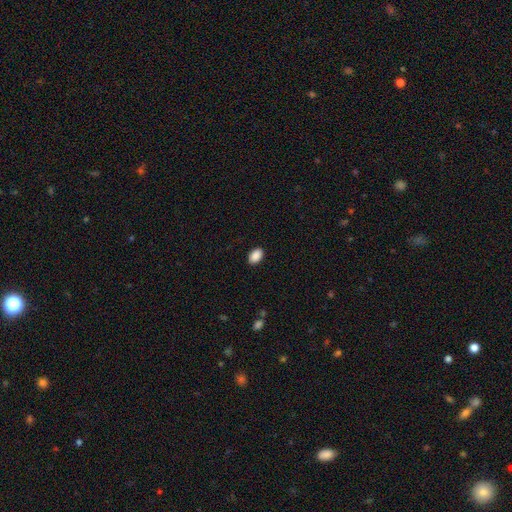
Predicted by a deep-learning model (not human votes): A smooth galaxy with no disk features (90%) that is in between round and cigar-shaped (89%). Merging: none (89%).